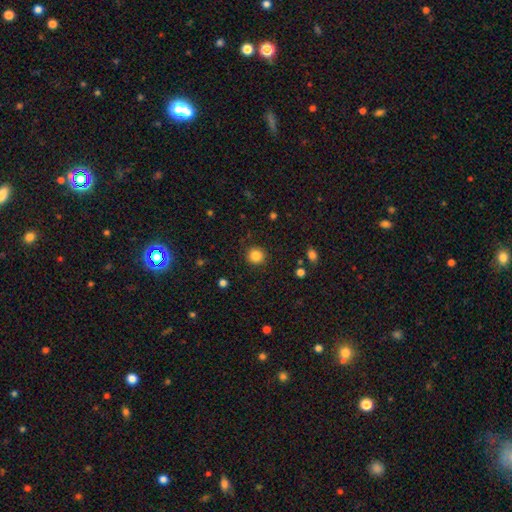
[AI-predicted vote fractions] Morphology: type=smooth (85%); roundness=round (93%); merging=none (90%).